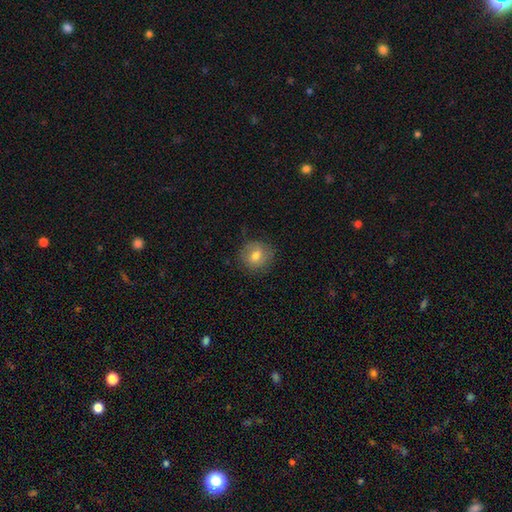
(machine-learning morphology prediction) This is likely a smooth galaxy (71%). How rounded: clearly round (84%). Merging: likely none (79%).